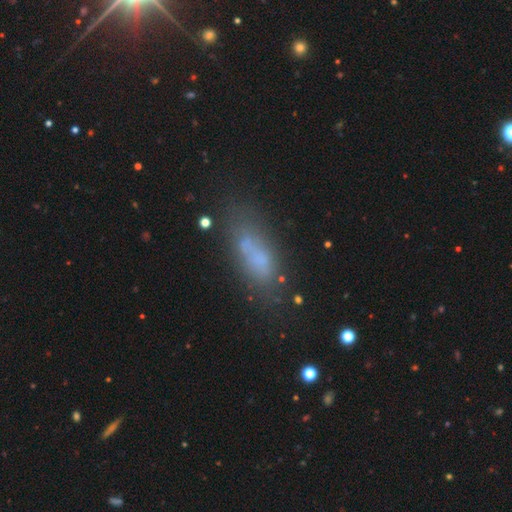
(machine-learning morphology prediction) Smooth or featured? Predicted: smooth (p=0.59). How rounded? Predicted: in between (p=0.60). Merging? Predicted: none (p=0.57).